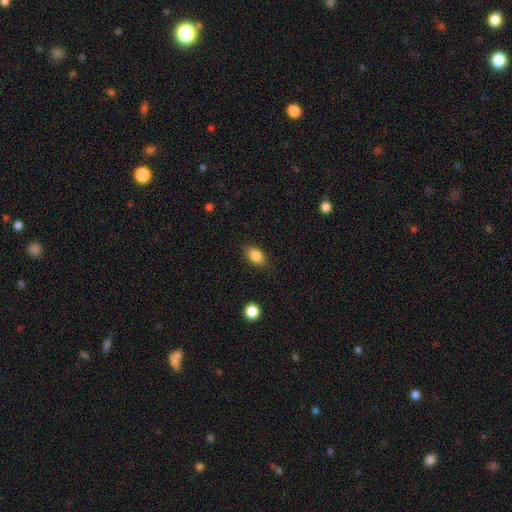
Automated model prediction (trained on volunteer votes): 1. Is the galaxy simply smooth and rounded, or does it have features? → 86% smooth, 8% star or artifact, 6% featured or disk.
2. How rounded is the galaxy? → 83% in between, 15% round, 2% cigar-shaped.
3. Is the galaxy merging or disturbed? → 83% none, 12% minor disturbance, 3% major disturbance, 1% merger.